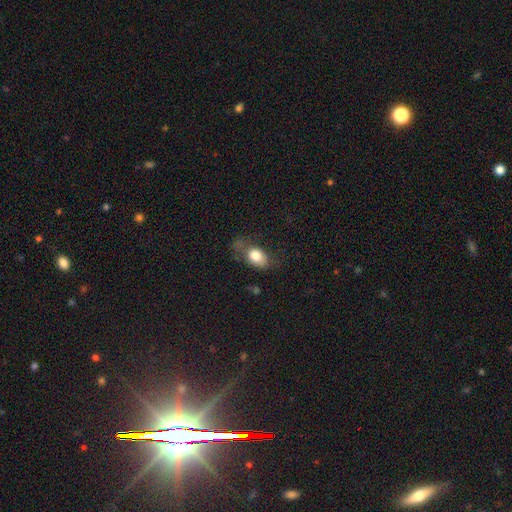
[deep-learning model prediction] smooth_or_featured: smooth (p=0.78) [alt: featured or disk p=0.13]
how_rounded: in between (p=0.76) [alt: round p=0.21]
merging: none (p=0.43) [alt: minor disturbance p=0.30]